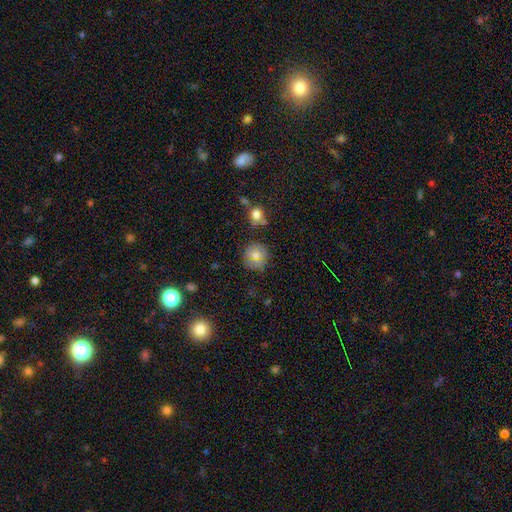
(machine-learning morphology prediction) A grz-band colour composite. It shows a smooth galaxy with no disk features (76%) that is round (90%). Merging: none (76%).